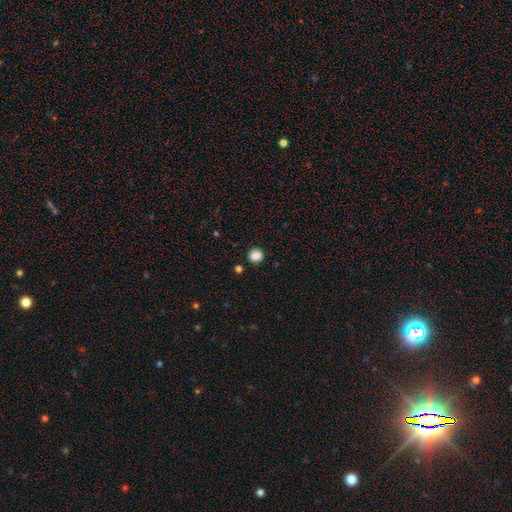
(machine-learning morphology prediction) Smooth or featured?
  - smooth: 85% *
  - star or artifact: 11%
  - featured or disk: 4%
How rounded?
  - round: 78% *
  - in between: 21%
  - cigar-shaped: 1%
Merging?
  - none: 87% *
  - minor disturbance: 8%
  - merger: 2%
  - major disturbance: 2%